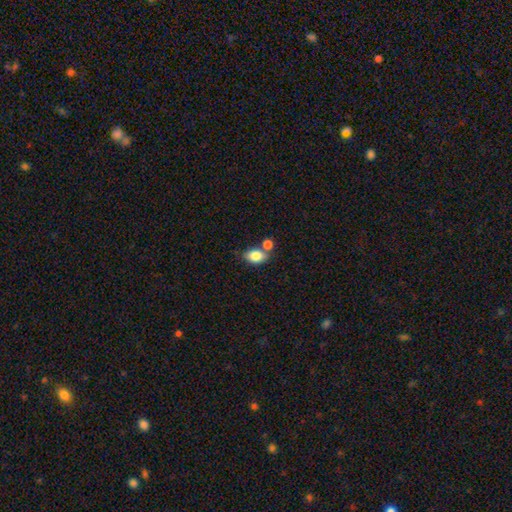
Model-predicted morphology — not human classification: This appears to be a smooth galaxy with no disk features (83%) that is in between round and cigar-shaped (80%). Merging: none (54%).